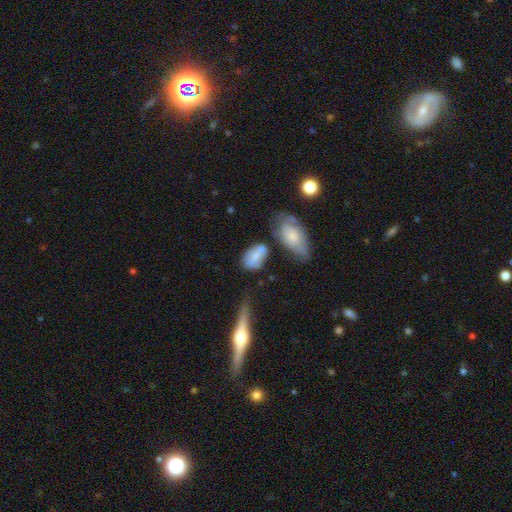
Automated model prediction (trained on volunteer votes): A smooth galaxy with no disk features (65%) that is in between round and cigar-shaped (86%). Merging: none (51%).